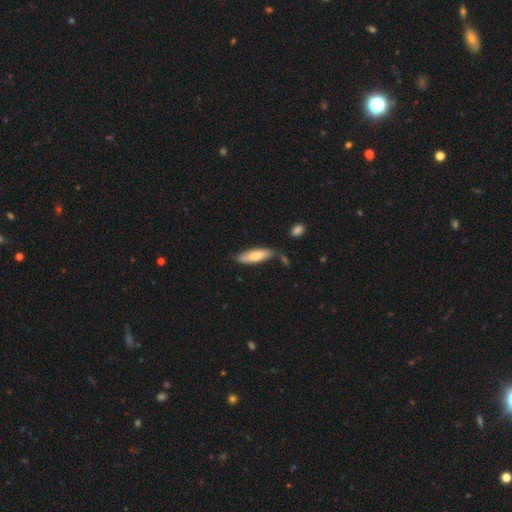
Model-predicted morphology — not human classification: smooth-or-featured: smooth: 75% | featured or disk: 19% | star or artifact: 6%
  how-rounded: cigar-shaped: 52% | in between: 46% | round: 2%
  merging: none: 69% | minor disturbance: 21% | merger: 6% | major disturbance: 4%